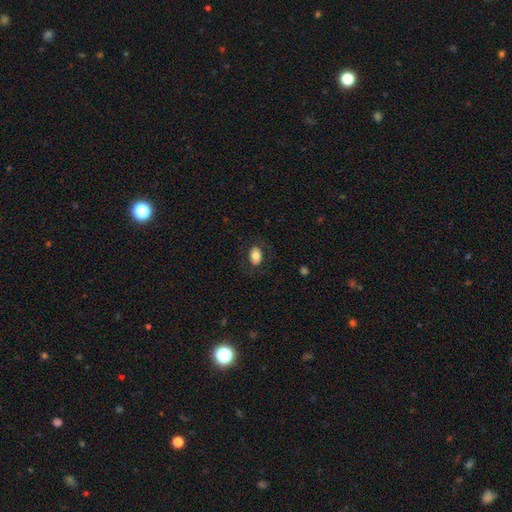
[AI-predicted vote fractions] smooth_or_featured: smooth (p=0.76) [alt: featured or disk p=0.16]
how_rounded: in between (p=0.81) [alt: round p=0.18]
merging: none (p=0.80) [alt: minor disturbance p=0.12]